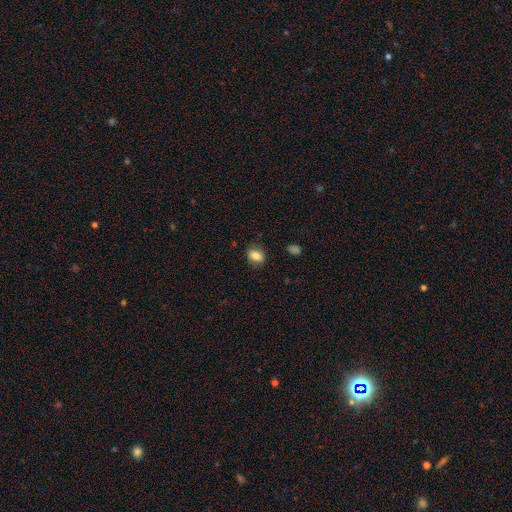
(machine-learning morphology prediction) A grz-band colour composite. It shows a smooth galaxy with no disk features (83%) that is in between round and cigar-shaped (76%). Merging: none (81%).